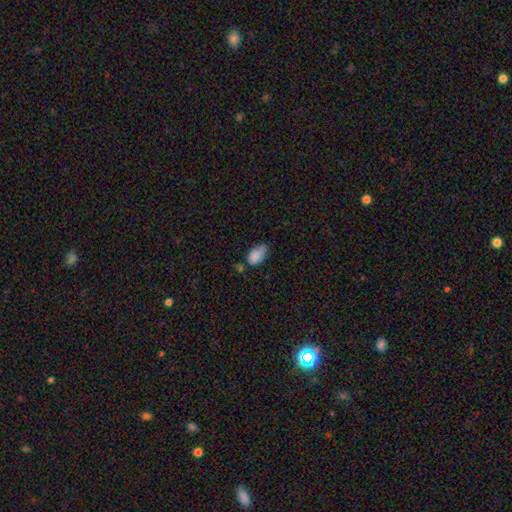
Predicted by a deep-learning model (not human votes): Q: Smooth or featured?
A: smooth (85%); runner-up: star or artifact (8%)
Q: How rounded?
A: in between (91%); runner-up: round (7%)
Q: Merging?
A: none (44%); runner-up: minor disturbance (39%)